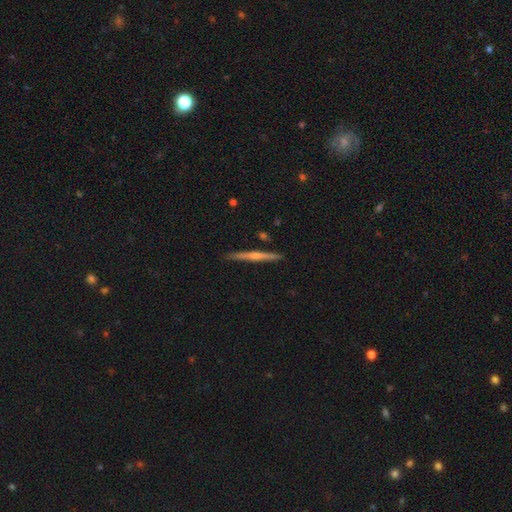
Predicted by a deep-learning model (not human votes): featured or disk 61%, smooth 33%, star or artifact 6%. Down the decision tree: edge-on disk — yes (98%); edge-on bulge — rounded (59%); merging — none (91%).